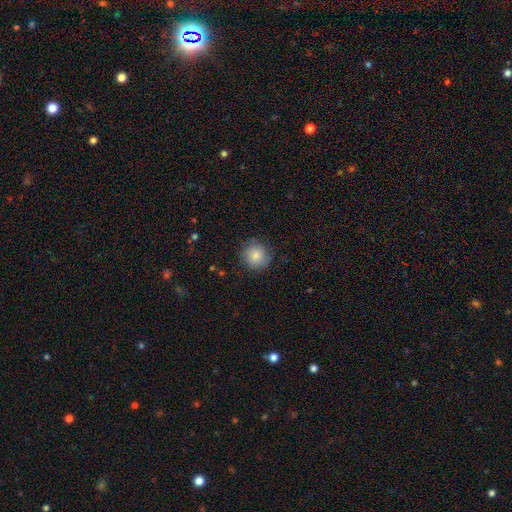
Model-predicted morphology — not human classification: smooth 80%, featured or disk 12%, star or artifact 8%. Down the decision tree: how rounded — round (93%); merging — none (80%).